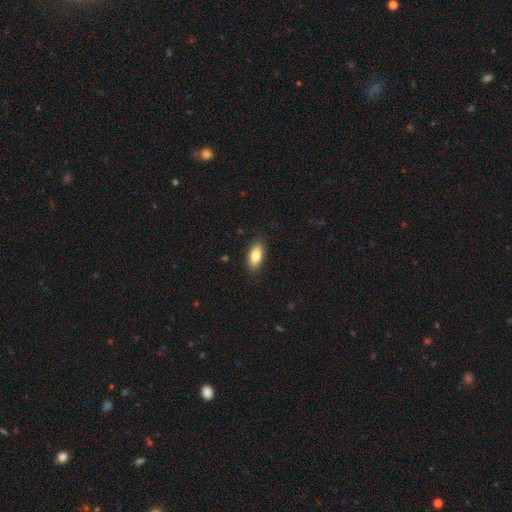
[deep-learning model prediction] Morphology: type=smooth (82%); roundness=in between (89%); merging=none (87%).